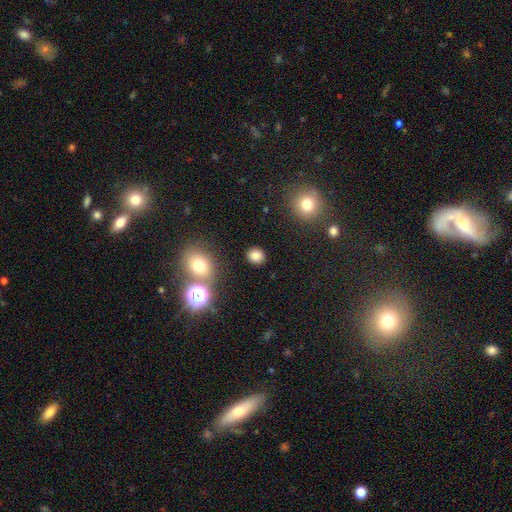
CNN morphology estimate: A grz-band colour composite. It shows a smooth galaxy with no disk features (80%) that is round (76%). Merging: none (87%).